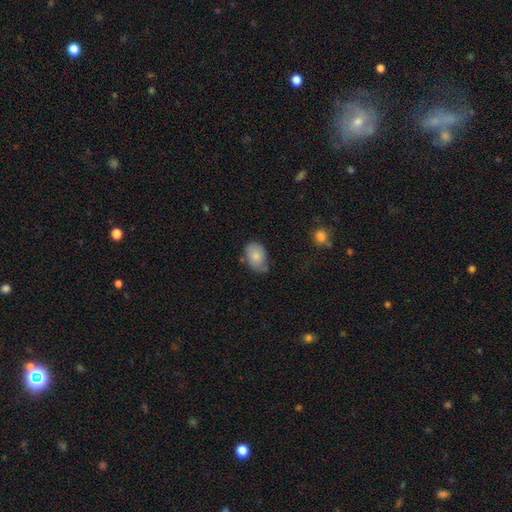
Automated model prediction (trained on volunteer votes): smooth-or-featured: smooth: 79% | featured or disk: 14% | star or artifact: 7%
  how-rounded: in between: 82% | round: 17% | cigar-shaped: 1%
  merging: none: 55% | minor disturbance: 34% | major disturbance: 7% | merger: 4%